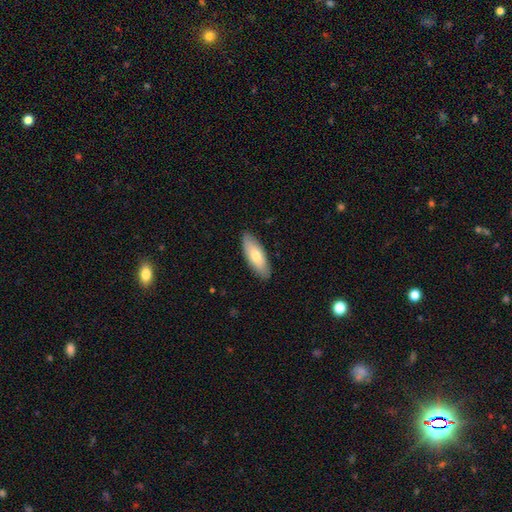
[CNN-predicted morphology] Smooth or featured?
  - smooth: 72% *
  - featured or disk: 23%
  - star or artifact: 5%
How rounded?
  - in between: 72% *
  - cigar-shaped: 26%
  - round: 2%
Merging?
  - none: 88% *
  - minor disturbance: 9%
  - major disturbance: 2%
  - merger: 1%